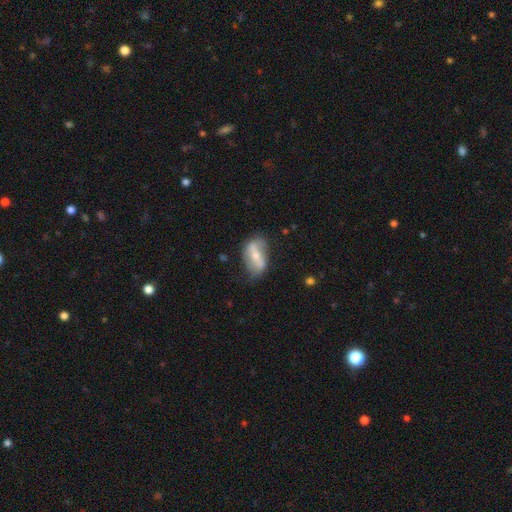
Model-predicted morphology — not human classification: Smooth or featured?
  - featured or disk: 59% *
  - smooth: 34%
  - star or artifact: 7%
Edge-on disk?
  - no: 86% *
  - yes: 14%
Bar?
  - strong: 62% *
  - weak: 23%
  - no: 15%
Spiral arms?
  - yes: 57% *
  - no: 43%
Bulge size?
  - small: 51% *
  - moderate: 41%
  - none: 4%
  - large: 3%
  - dominant: 1%
Merging?
  - none: 61% *
  - minor disturbance: 26%
  - major disturbance: 11%
  - merger: 3%